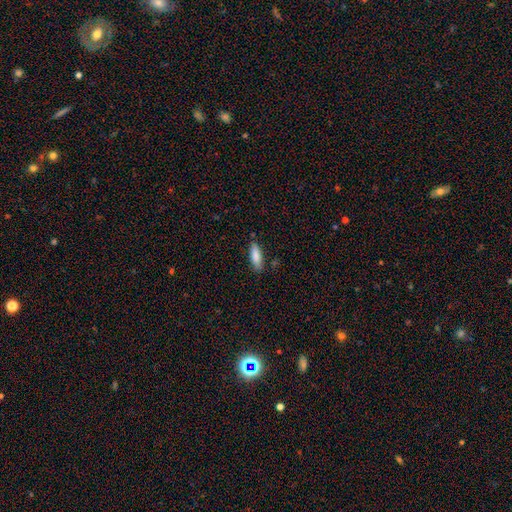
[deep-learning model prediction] Morphology: type=smooth (86%); roundness=in between (63%); merging=none (80%).